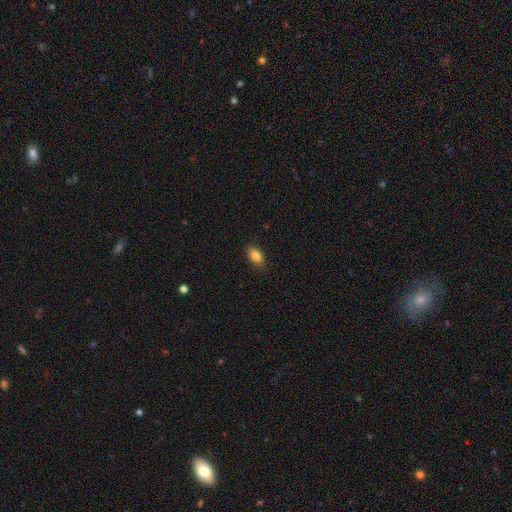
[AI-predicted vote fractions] Smooth or featured: smooth — 84% (star or artifact — 8%)
How rounded: in between — 88% (round — 8%)
Merging: none — 87% (minor disturbance — 10%)